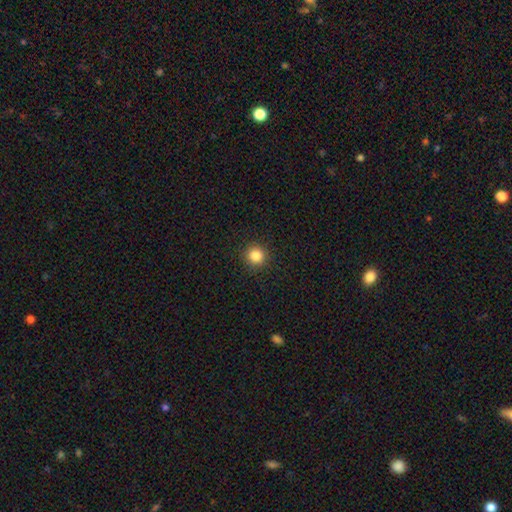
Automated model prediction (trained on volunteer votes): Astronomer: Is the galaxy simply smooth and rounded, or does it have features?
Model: smooth — 84%.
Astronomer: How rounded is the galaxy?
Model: round — 94%.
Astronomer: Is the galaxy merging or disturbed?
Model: none — 92%.